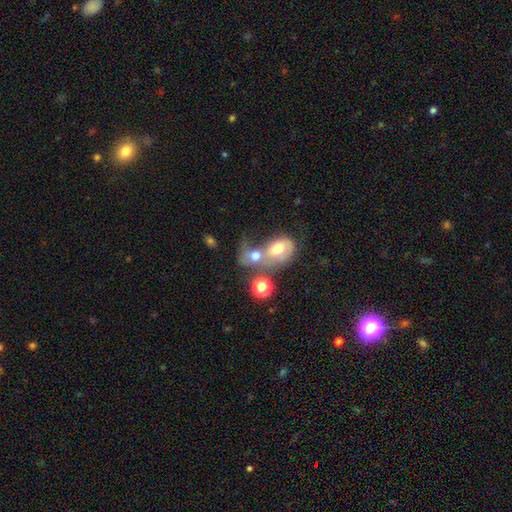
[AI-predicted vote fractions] This is possibly a smooth galaxy (55%). How rounded: likely in between (61%). Merging: likely merger (67%).